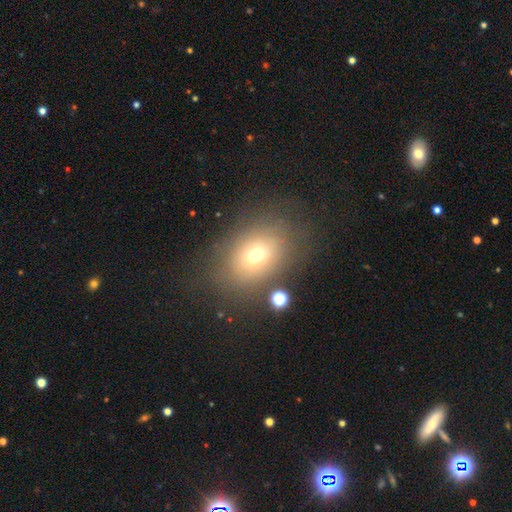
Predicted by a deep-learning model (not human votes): Smooth or featured? Predicted: smooth (p=0.63). How rounded? Predicted: in between (p=0.67). Merging? Predicted: none (p=0.72).